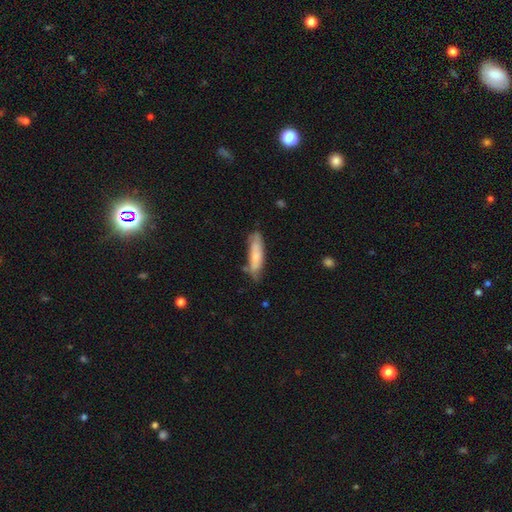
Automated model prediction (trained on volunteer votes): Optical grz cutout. It shows a smooth galaxy with no disk features (64%) that is cigar-shaped (64%). Merging: none (62%).